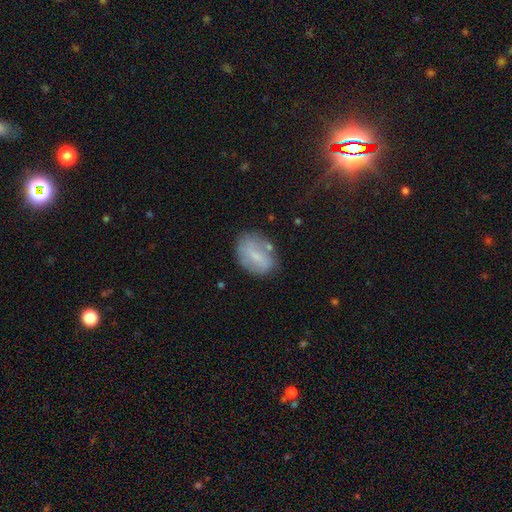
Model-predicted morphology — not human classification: smooth 56%, featured or disk 35%, star or artifact 8%. Down the decision tree: how rounded — in between (78%); merging — none (68%).